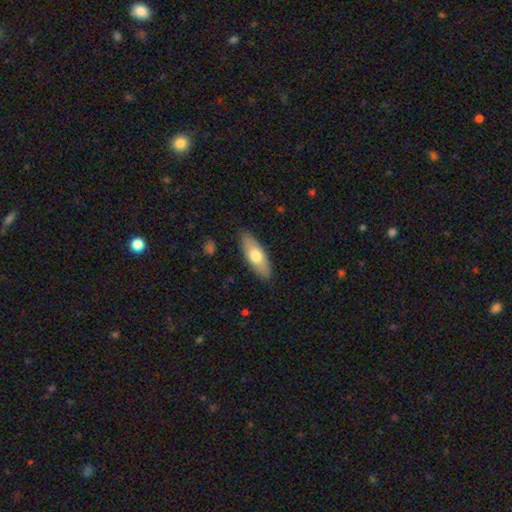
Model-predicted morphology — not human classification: Smooth or featured? smooth (68%)
How rounded? in between (69%)
Merging? none (87%)